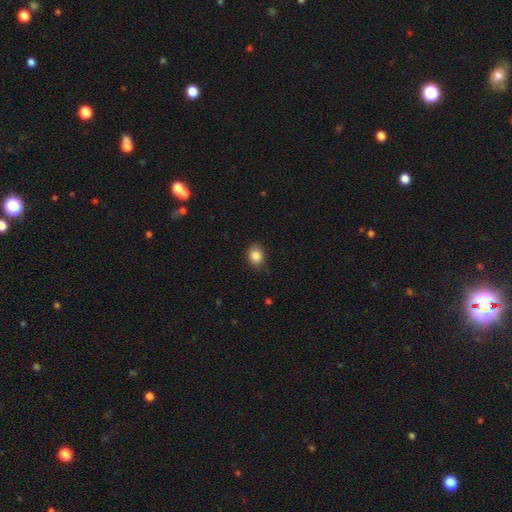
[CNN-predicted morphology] This appears to be a smooth galaxy with no disk features (87%) that is in between round and cigar-shaped (51%). Merging: none (78%).